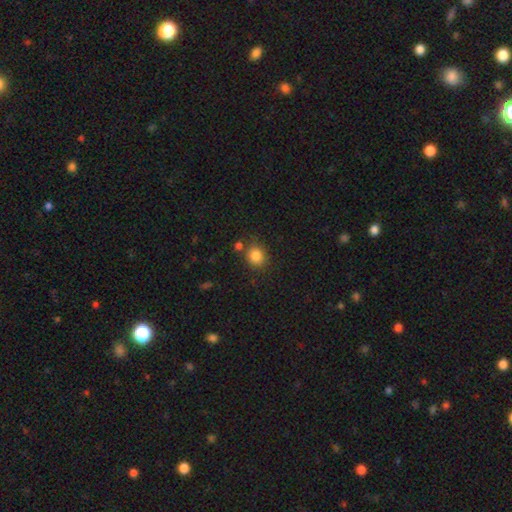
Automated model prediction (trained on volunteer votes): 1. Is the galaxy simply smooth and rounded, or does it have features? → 84% smooth, 11% star or artifact, 5% featured or disk.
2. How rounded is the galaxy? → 70% round, 29% in between, 1% cigar-shaped.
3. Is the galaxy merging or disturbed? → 73% none, 13% minor disturbance, 9% merger, 4% major disturbance.